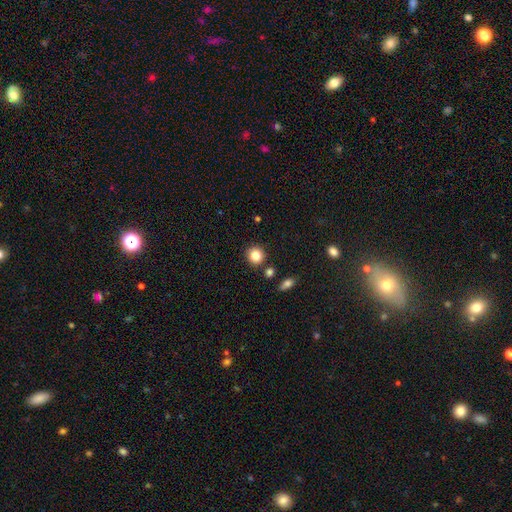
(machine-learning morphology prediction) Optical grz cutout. It shows a smooth galaxy with no disk features (84%) that is round (91%). Merging: none (86%).